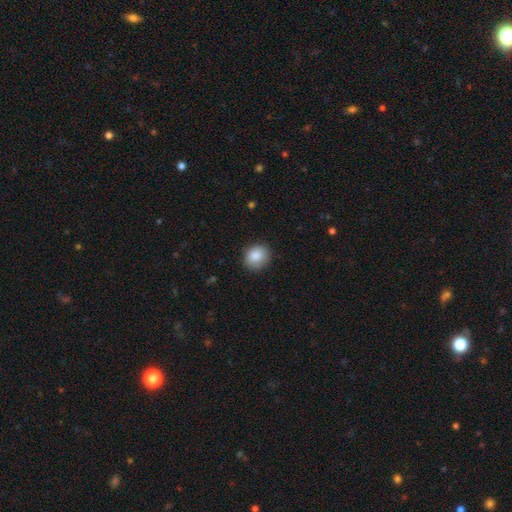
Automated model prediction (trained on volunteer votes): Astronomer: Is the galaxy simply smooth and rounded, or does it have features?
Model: smooth — 87%.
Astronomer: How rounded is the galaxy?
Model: round — 69%.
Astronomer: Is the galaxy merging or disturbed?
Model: none — 84%.